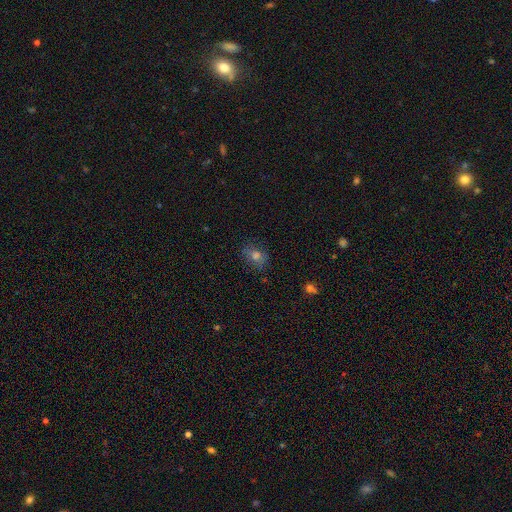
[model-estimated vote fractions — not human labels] The model was most divided on "how rounded": in between: 53%, round: 45%, cigar-shaped: 2%. More confident: merging — none (79%); smooth or featured — smooth (65%).